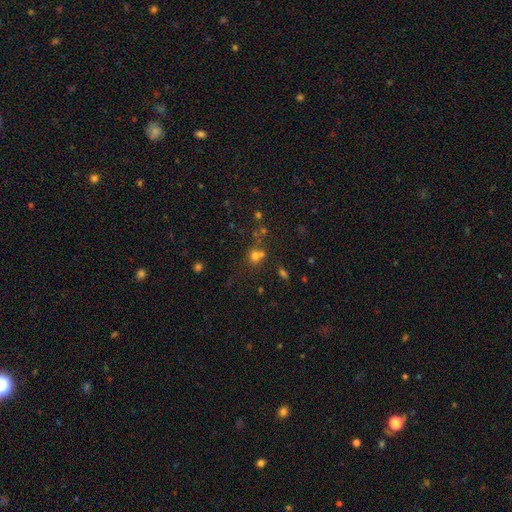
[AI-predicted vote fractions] Smooth or featured? Predicted: smooth (p=0.64). How rounded? Predicted: round (p=0.72). Merging? Predicted: none (p=0.45).